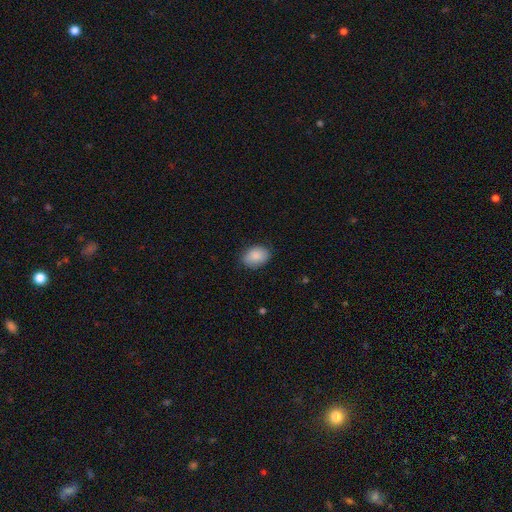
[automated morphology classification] A smooth galaxy with no disk features (88%) that is in between round and cigar-shaped (71%). Merging: none (80%).